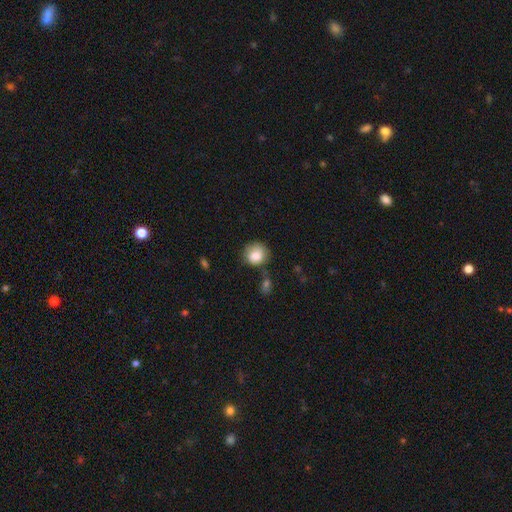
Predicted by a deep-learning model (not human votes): smooth_or_featured: smooth (p=0.84) [alt: star or artifact p=0.08]
how_rounded: round (p=0.83) [alt: in between p=0.16]
merging: none (p=0.64) [alt: minor disturbance p=0.22]